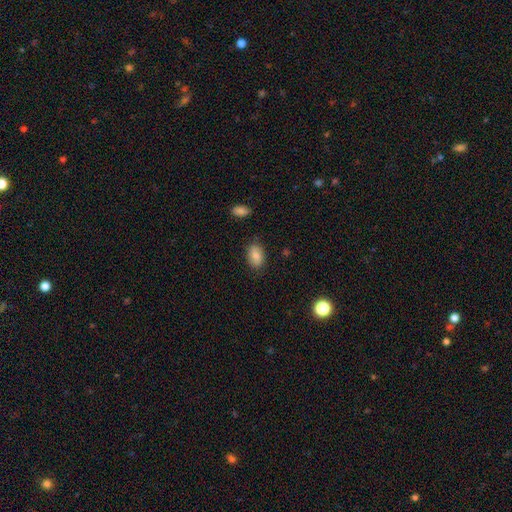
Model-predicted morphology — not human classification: smooth_or_featured: smooth (p=0.84) [alt: featured or disk p=0.08]
how_rounded: in between (p=0.88) [alt: round p=0.10]
merging: none (p=0.81) [alt: minor disturbance p=0.14]